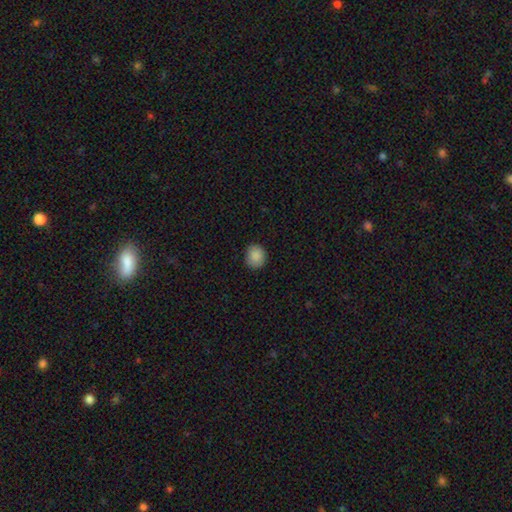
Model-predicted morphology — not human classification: The model was most divided on "how rounded": round: 80%, in between: 19%, cigar-shaped: 1%. More confident: smooth or featured — smooth (88%); merging — none (87%).